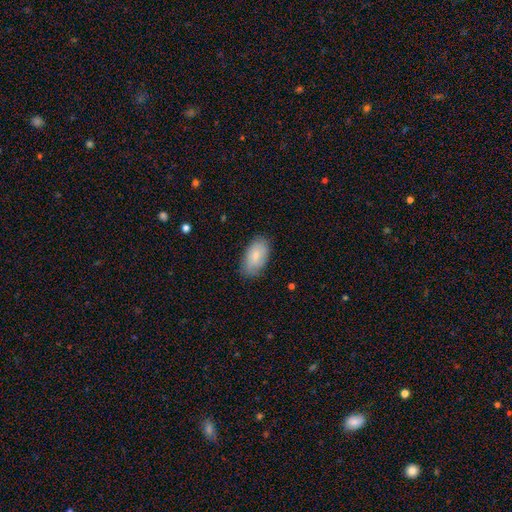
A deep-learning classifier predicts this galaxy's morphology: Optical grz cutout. It shows a smooth galaxy with no disk features (77%) that is in between round and cigar-shaped (94%). Merging: none (78%).